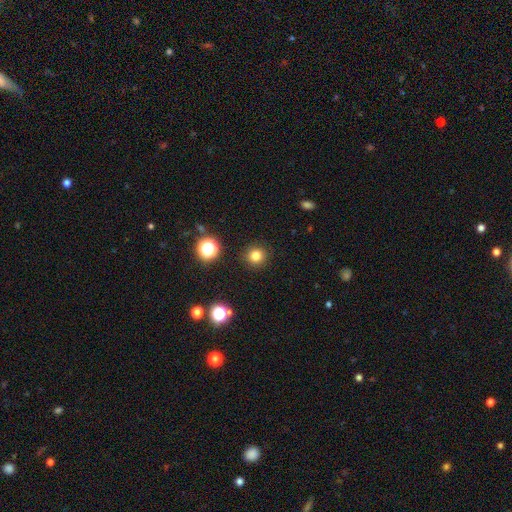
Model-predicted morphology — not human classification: Smooth or featured? Predicted: smooth (p=0.79). How rounded? Predicted: round (p=0.93). Merging? Predicted: none (p=0.91).